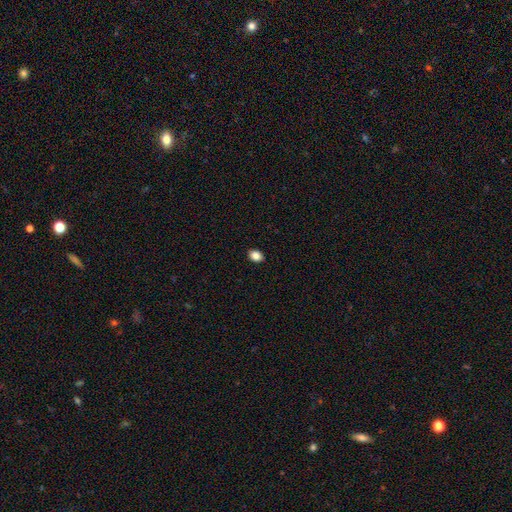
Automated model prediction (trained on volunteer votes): The model was most divided on "how rounded": in between: 68%, round: 31%, cigar-shaped: 1%. More confident: merging — none (90%); smooth or featured — smooth (86%).